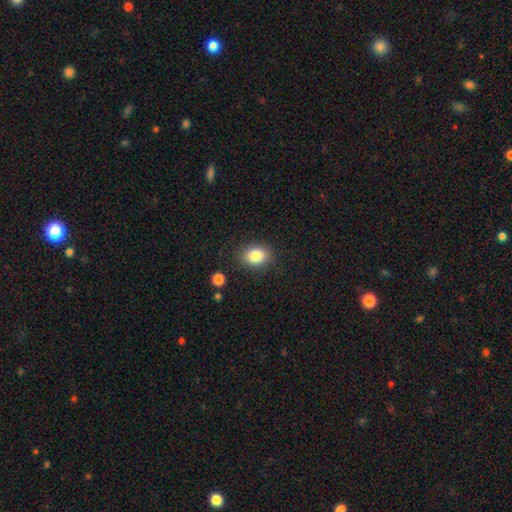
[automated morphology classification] Smooth or featured? Predicted: smooth (p=0.85). How rounded? Predicted: in between (p=0.65). Merging? Predicted: none (p=0.84).